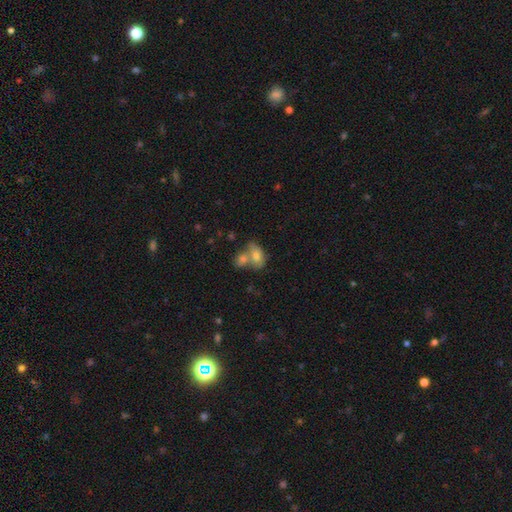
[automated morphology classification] type=smooth (75%); roundness=in between (84%); merging=merger (58%).